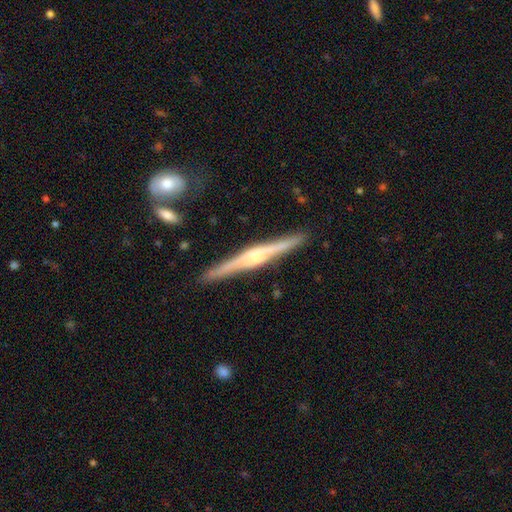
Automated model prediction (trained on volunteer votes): Morphology: type=featured or disk (82%); edge-on=yes (98%); edge-on bulge=rounded (74%); merging=none (90%).